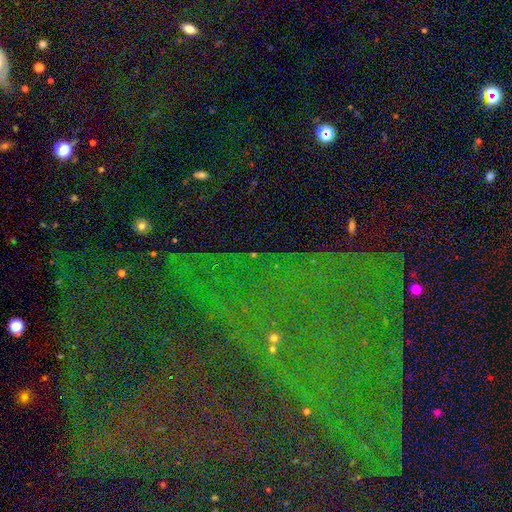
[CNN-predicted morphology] A star or artifact, not a galaxy (82%).